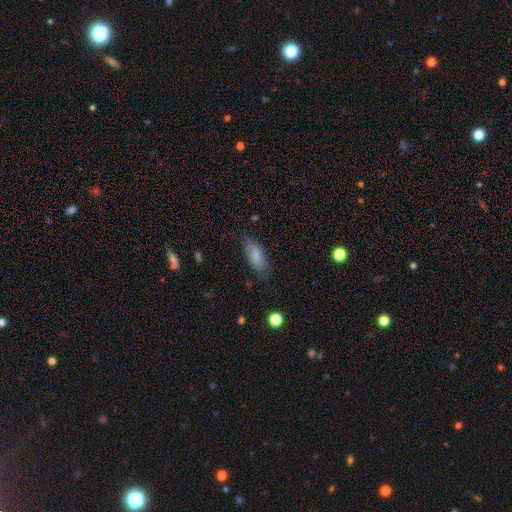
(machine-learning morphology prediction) The model was most divided on "merging": none: 74%, minor disturbance: 19%, major disturbance: 5%, merger: 1%. More confident: how rounded — in between (79%); smooth or featured — smooth (77%).